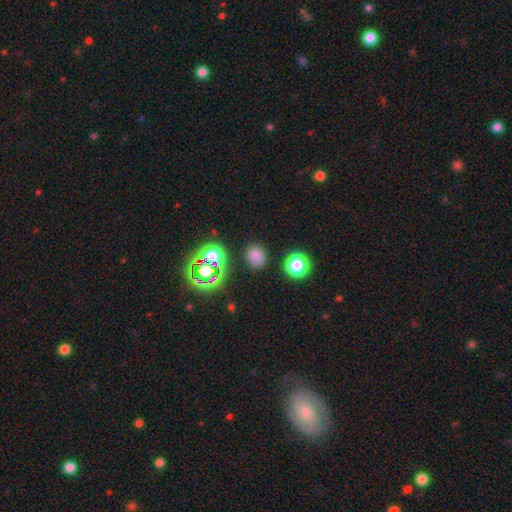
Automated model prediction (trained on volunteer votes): Smooth or featured? smooth (72%)
How rounded? round (63%)
Merging? none (82%)